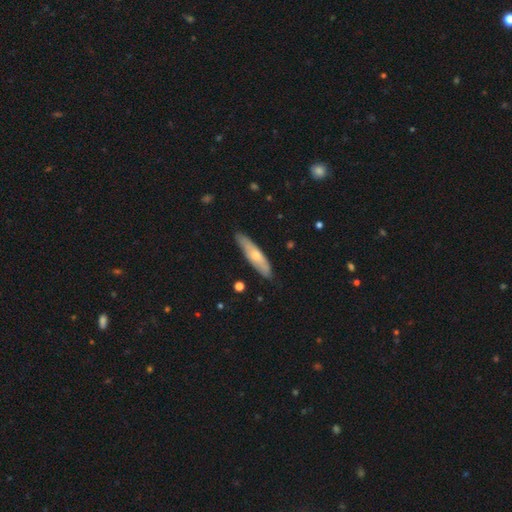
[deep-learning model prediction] smooth 54%, featured or disk 40%, star or artifact 5%. Down the decision tree: how rounded — cigar-shaped (73%); merging — none (82%).